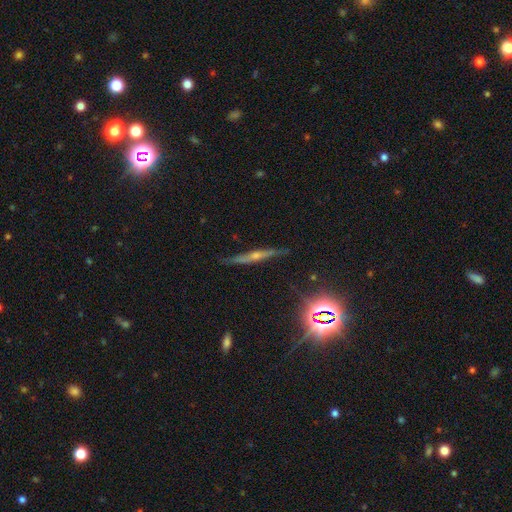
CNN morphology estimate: smooth-or-featured: featured or disk: 65% | smooth: 18% | star or artifact: 17%
  disk-edge-on: yes: 95% | no: 5%
    edge-on-bulge: rounded: 77% | none: 16% | boxy: 7%
  merging: none: 84% | minor disturbance: 12% | major disturbance: 2% | merger: 2%